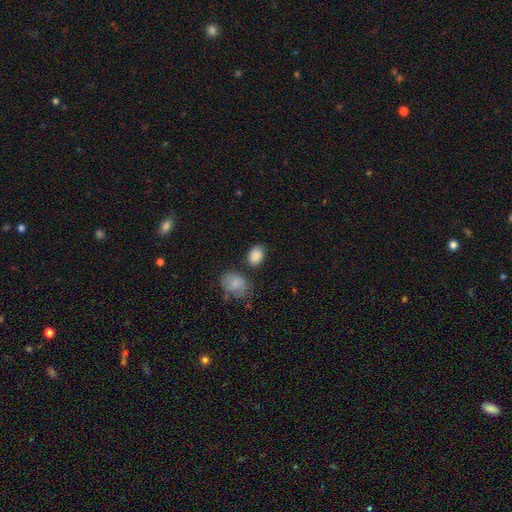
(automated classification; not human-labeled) smooth 88%, star or artifact 8%, featured or disk 5%. Down the decision tree: how rounded — in between (77%); merging — none (74%).